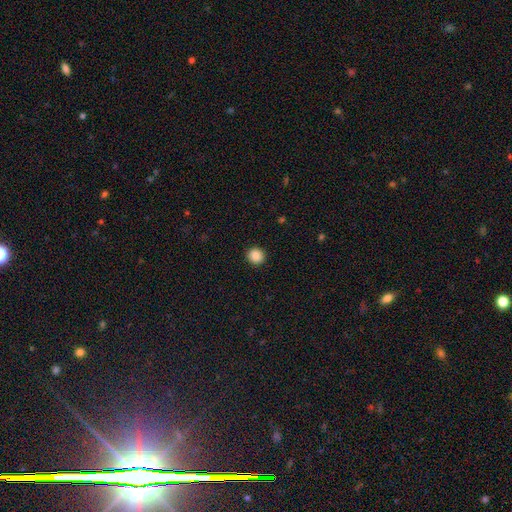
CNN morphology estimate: The model was most divided on "smooth or featured": smooth: 88%, star or artifact: 9%, featured or disk: 3%. More confident: merging — none (93%); how rounded — round (92%).